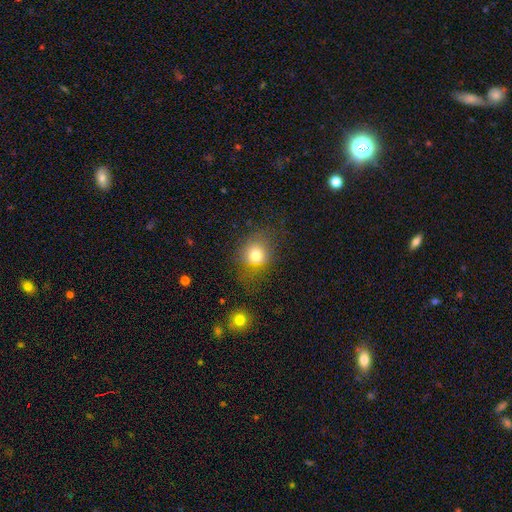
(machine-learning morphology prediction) Q: Smooth or featured?
A: smooth (75%); runner-up: star or artifact (13%)
Q: How rounded?
A: round (73%); runner-up: in between (26%)
Q: Merging?
A: none (60%); runner-up: minor disturbance (21%)